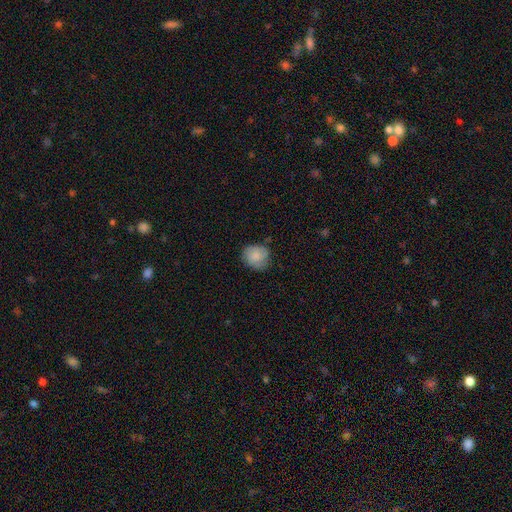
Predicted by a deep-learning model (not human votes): Morphology: type=smooth (83%); roundness=round (78%); merging=none (71%).